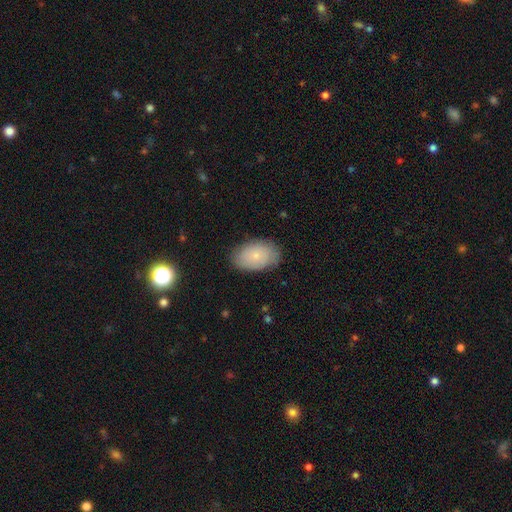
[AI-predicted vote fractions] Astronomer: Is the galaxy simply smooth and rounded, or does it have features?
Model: smooth — 72%.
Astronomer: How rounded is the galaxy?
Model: in between — 90%.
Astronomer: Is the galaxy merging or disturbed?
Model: none — 81%.